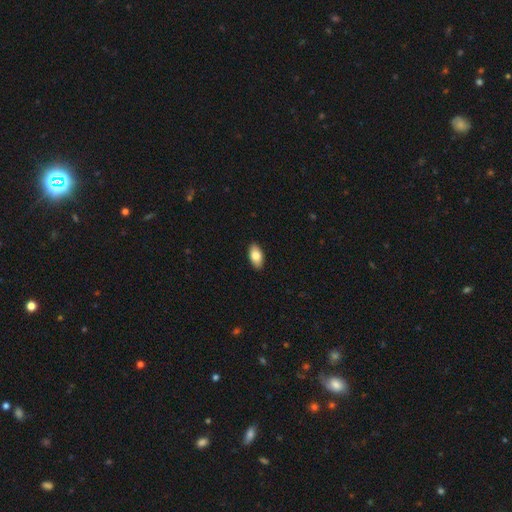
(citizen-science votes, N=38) This is clearly a smooth galaxy (89%). How rounded: clearly in between (97%). Merging: clearly none (87%).